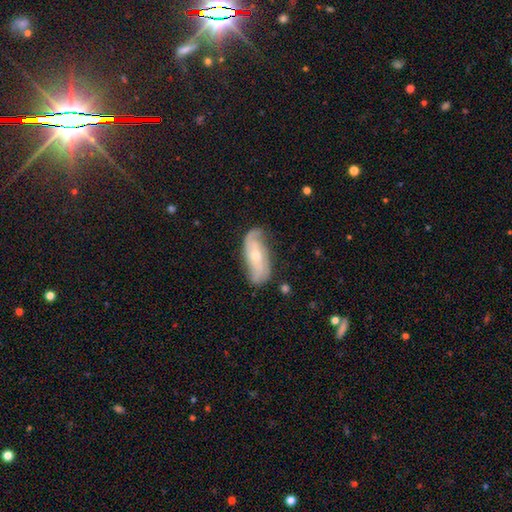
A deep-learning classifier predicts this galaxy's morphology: Smooth or featured? featured or disk (72%)
Edge-on disk? no (90%)
Bar? no (59%)
Spiral arms? yes (90%)
Spiral winding? medium (37%)
Spiral arm count? 2 (65%)
Bulge size? small (51%)
Merging? none (67%)